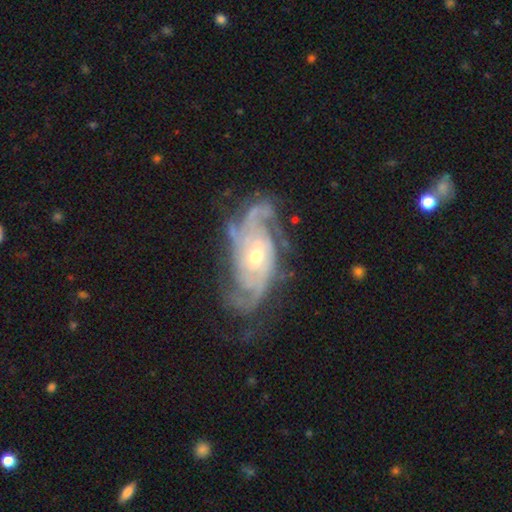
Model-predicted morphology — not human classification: smooth-or-featured: featured or disk: 90% | star or artifact: 5% | smooth: 4%
  disk-edge-on: no: 95% | yes: 5%
    bar: no: 66% | weak: 25% | strong: 8%
    has-spiral-arms: yes: 98% | no: 2%
      spiral-winding: tight: 57% | medium: 34% | loose: 9%
      spiral-arm-count: 3: 27% | 4: 22% | can't tell: 19% | 2: 17% | more than 4: 8% | 1: 6%
    bulge-size: moderate: 52% | small: 44% | large: 3% | none: 1% | dominant: 1%
  merging: none: 68% | minor disturbance: 19% | major disturbance: 11% | merger: 2%